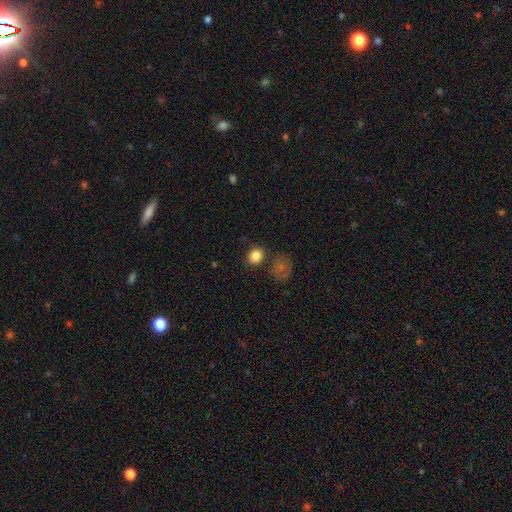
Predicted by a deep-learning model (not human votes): Overall: smooth (85%). How rounded: round (72%). Merging: none (77%).